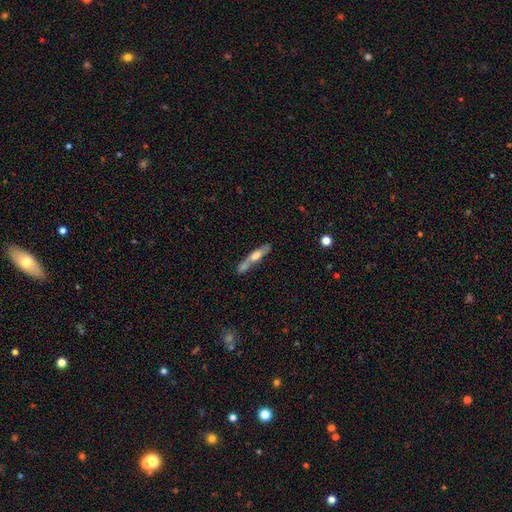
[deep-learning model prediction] Smooth or featured? Predicted: smooth (p=0.52). How rounded? Predicted: cigar-shaped (p=0.78). Merging? Predicted: none (p=0.40).